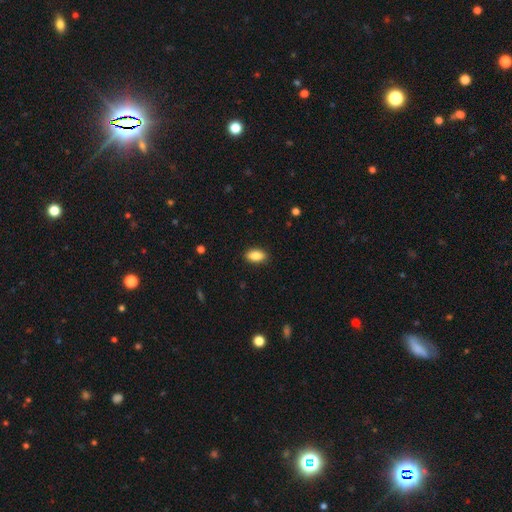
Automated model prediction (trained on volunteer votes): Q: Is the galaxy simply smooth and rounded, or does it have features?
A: smooth — 88%.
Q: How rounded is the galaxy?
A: in between — 91%.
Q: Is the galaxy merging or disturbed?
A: none — 89%.